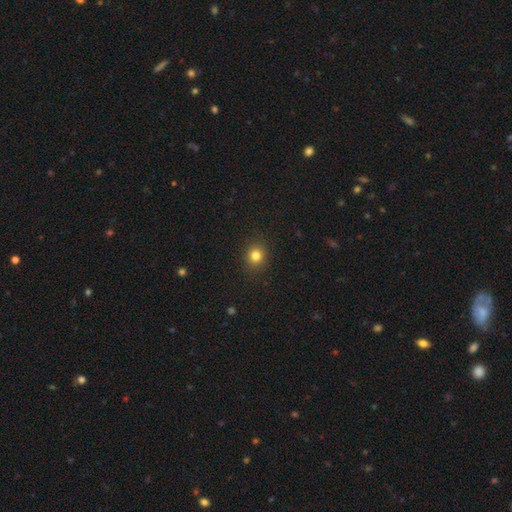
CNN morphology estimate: Smooth or featured? smooth (82%)
How rounded? round (82%)
Merging? none (89%)